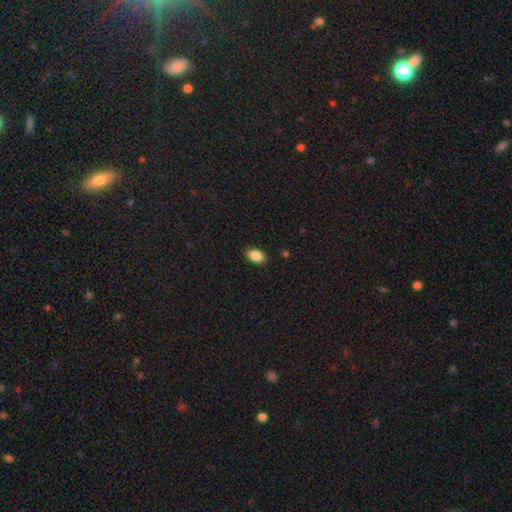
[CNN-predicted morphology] The model was most divided on "merging": none: 87%, minor disturbance: 10%, major disturbance: 2%, merger: 1%. More confident: how rounded — in between (89%); smooth or featured — smooth (88%).